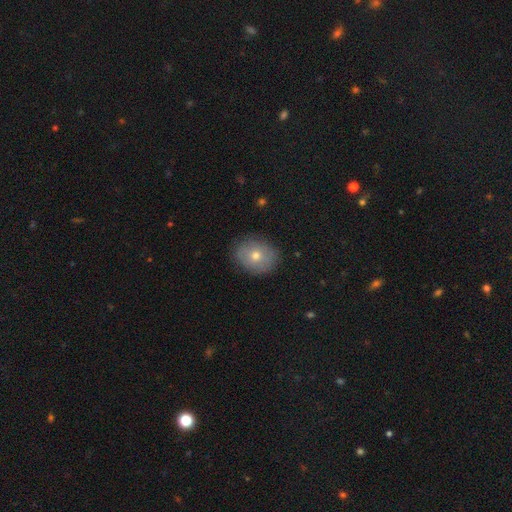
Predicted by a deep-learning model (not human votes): The model was most divided on "how rounded": round: 54%, in between: 45%, cigar-shaped: 1%. More confident: merging — none (85%); smooth or featured — smooth (68%).